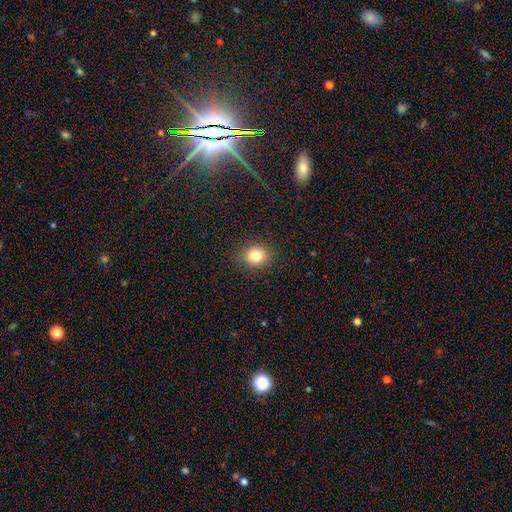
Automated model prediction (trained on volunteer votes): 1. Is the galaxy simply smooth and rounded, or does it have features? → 81% smooth, 11% star or artifact, 7% featured or disk.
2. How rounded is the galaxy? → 57% round, 43% in between, 1% cigar-shaped.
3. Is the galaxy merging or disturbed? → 89% none, 7% minor disturbance, 3% major disturbance, 1% merger.